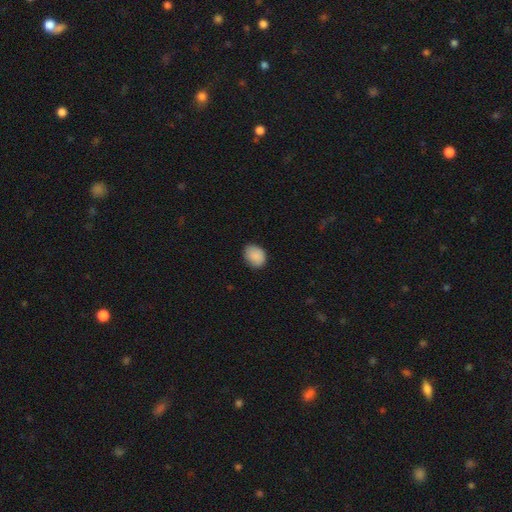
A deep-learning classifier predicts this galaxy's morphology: smooth 89%, star or artifact 7%, featured or disk 4%. Down the decision tree: how rounded — in between (61%); merging — none (82%).